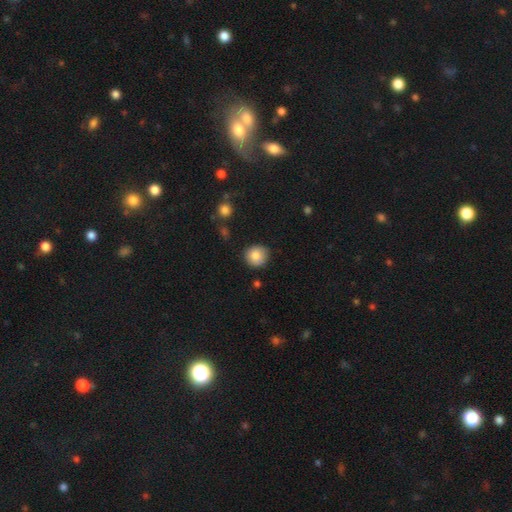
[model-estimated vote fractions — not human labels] Morphology: type=smooth (84%); roundness=round (90%); merging=none (84%).